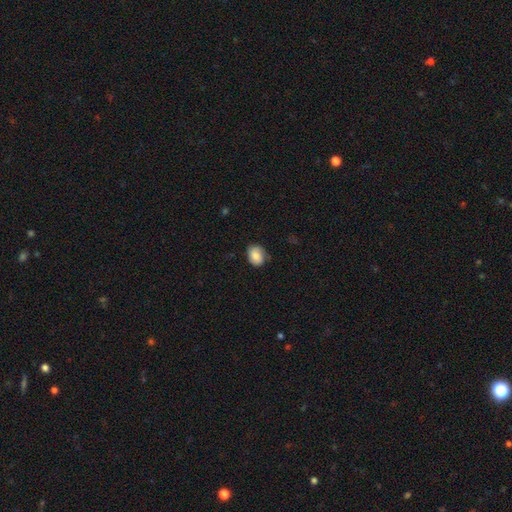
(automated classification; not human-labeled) Q: Smooth or featured?
A: smooth (77%); runner-up: featured or disk (15%)
Q: How rounded?
A: in between (55%); runner-up: round (44%)
Q: Merging?
A: none (74%); runner-up: minor disturbance (21%)